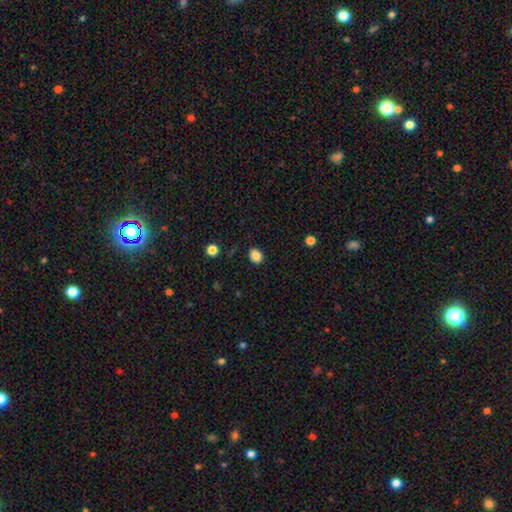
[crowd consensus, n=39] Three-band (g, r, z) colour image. It shows a smooth galaxy with no disk features (87%) that is round (56%). Merging: none (77%).